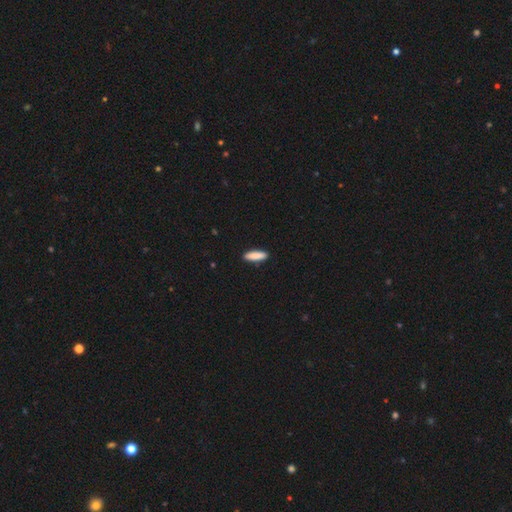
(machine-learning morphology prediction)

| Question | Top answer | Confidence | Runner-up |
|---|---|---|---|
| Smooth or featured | smooth | 88% | featured or disk (6%) |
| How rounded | cigar-shaped | 67% | in between (32%) |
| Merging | none | 91% | minor disturbance (7%) |